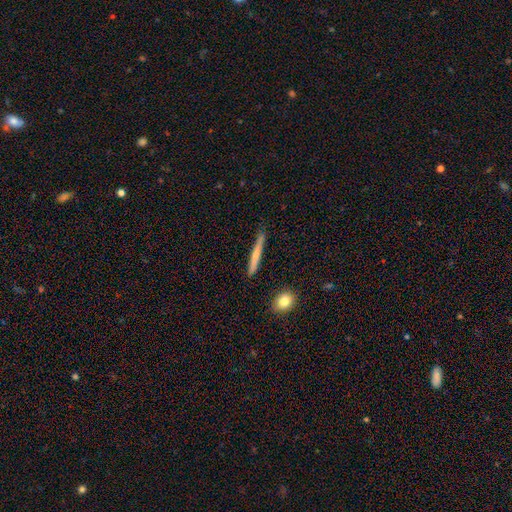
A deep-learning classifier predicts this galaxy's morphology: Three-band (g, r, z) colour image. It shows a smooth galaxy with no disk features (56%) that is cigar-shaped (94%). Merging: none (87%).